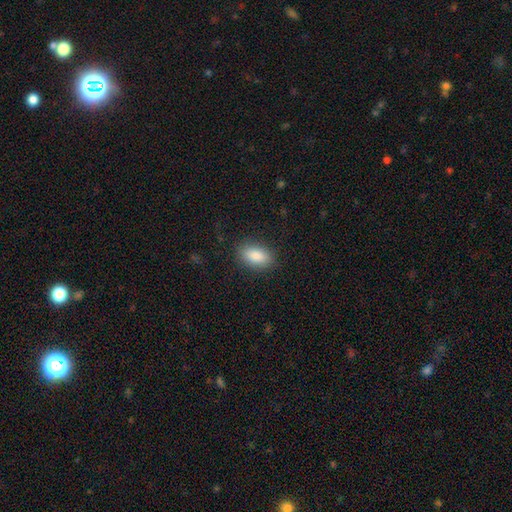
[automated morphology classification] The model was most divided on "merging": none: 87%, minor disturbance: 9%, major disturbance: 3%, merger: 1%. More confident: how rounded — in between (89%); smooth or featured — smooth (87%).